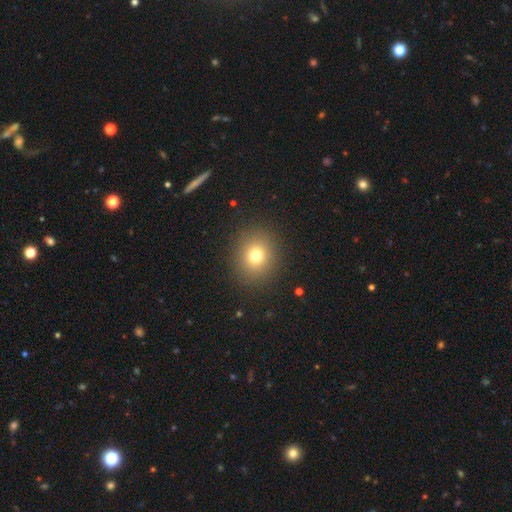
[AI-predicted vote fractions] Overall: smooth (76%). How rounded: round (82%). Merging: none (89%).